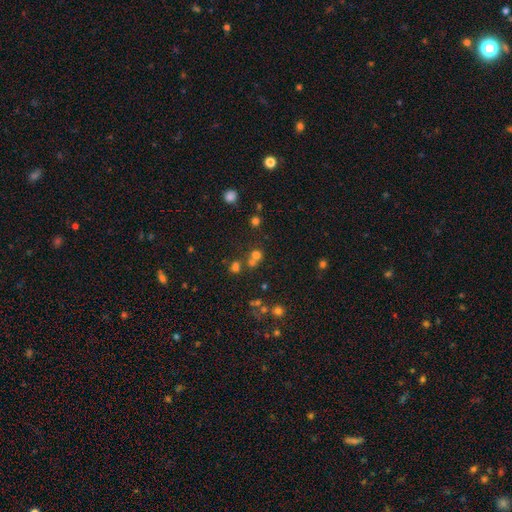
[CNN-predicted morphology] This is likely a smooth galaxy (62%). How rounded: clearly round (85%). Merging: possibly none (53%).